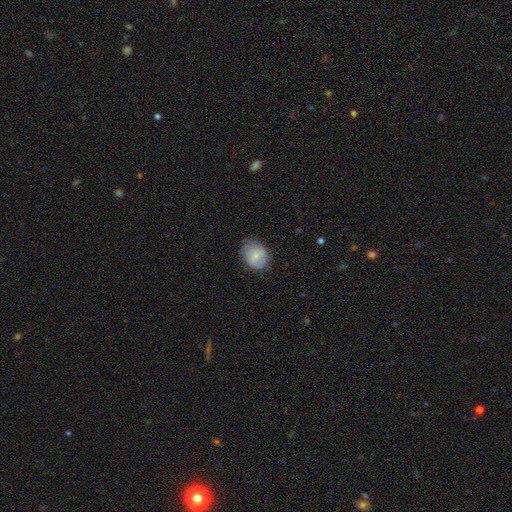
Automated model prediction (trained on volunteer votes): Morphology: type=smooth (62%); roundness=round (61%); merging=none (65%).